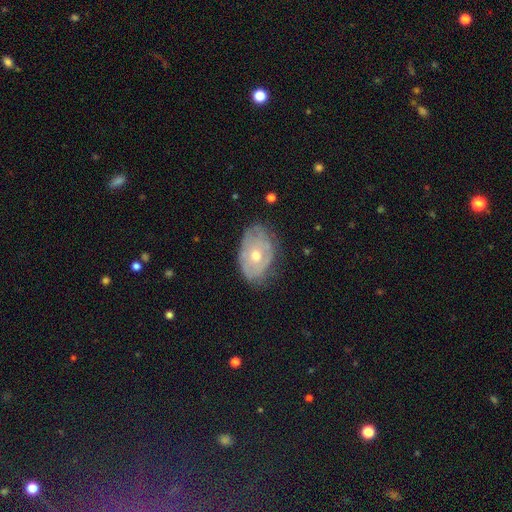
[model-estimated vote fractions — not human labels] This is likely a featured or disk galaxy (64%). It is clearly not viewed edge-on (93%). Bar: clearly no (85%). Spiral arm pattern: possibly yes (54%). Central bulge: likely moderate (69%). Merging: likely none (66%).